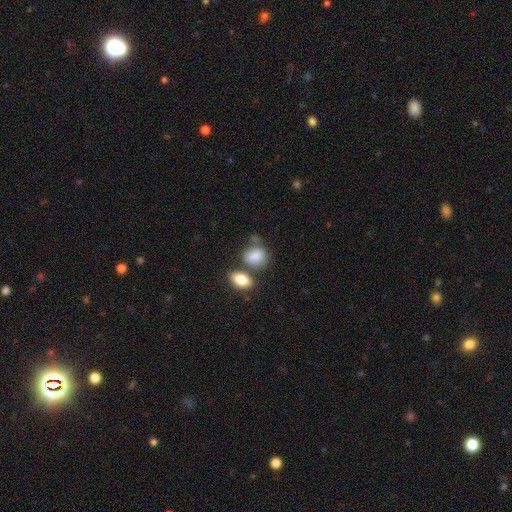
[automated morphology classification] Smooth or featured?
  - smooth: 82% *
  - featured or disk: 10%
  - star or artifact: 8%
How rounded?
  - in between: 54% *
  - round: 44%
  - cigar-shaped: 2%
Merging?
  - none: 54% *
  - merger: 25%
  - minor disturbance: 16%
  - major disturbance: 5%